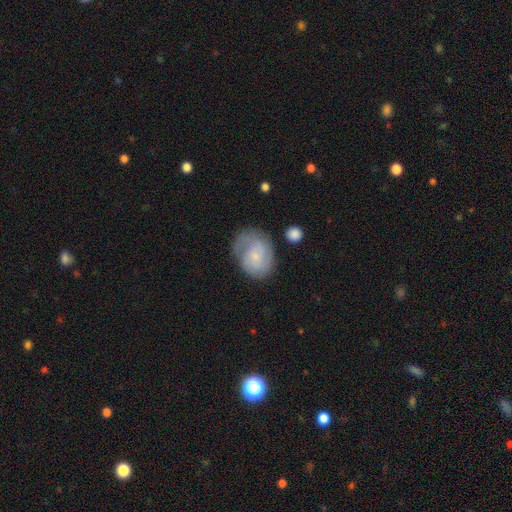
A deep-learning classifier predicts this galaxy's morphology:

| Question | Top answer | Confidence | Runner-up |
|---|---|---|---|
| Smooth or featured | featured or disk | 64% | smooth (30%) |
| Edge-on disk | no | 98% | yes (2%) |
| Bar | no | 64% | weak (32%) |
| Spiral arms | yes | 90% | no (10%) |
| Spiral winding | tight | 46% | medium (39%) |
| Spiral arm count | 2 | 48% | can't tell (24%) |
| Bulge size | small | 70% | moderate (15%) |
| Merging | none | 61% | minor disturbance (24%) |